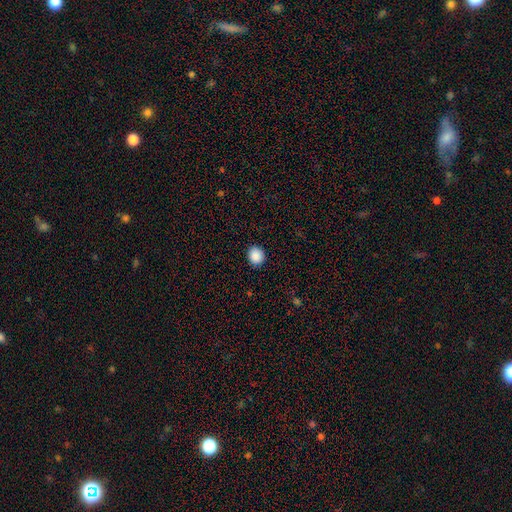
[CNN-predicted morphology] A smooth galaxy with no disk features (89%) that is round (80%).

Vote fractions:
- Smooth or featured? smooth: 89% / star or artifact: 9% / featured or disk: 2%
- How rounded? round: 80% / in between: 19% / cigar-shaped: 1%
- Merging? none: 91% / minor disturbance: 6% / major disturbance: 2% / merger: 1%